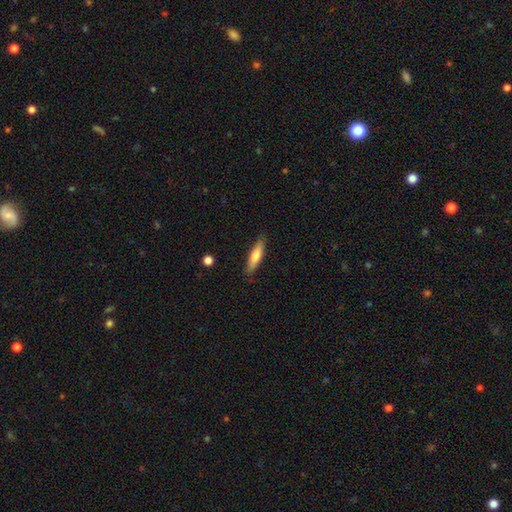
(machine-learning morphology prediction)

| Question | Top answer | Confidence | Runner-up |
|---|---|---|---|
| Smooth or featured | smooth | 71% | featured or disk (24%) |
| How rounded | cigar-shaped | 78% | in between (21%) |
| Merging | none | 86% | minor disturbance (10%) |